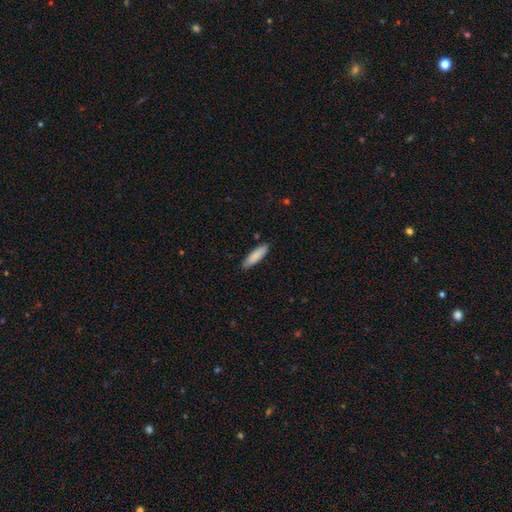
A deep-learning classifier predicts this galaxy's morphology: This appears to be a smooth galaxy with no disk features (86%) that is cigar-shaped (61%). Merging: none (85%).